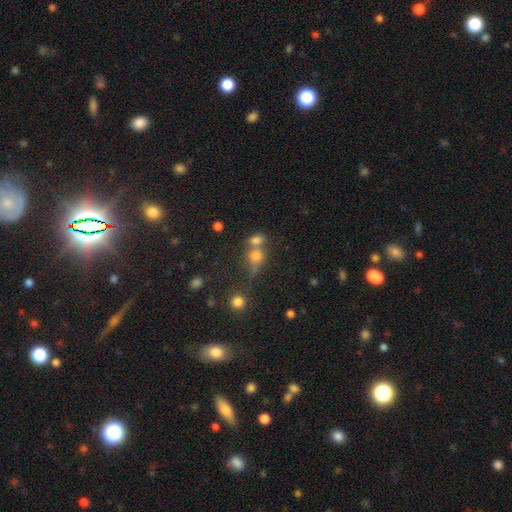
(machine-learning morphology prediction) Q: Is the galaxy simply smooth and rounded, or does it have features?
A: smooth — 63%.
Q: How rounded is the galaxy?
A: round — 63%.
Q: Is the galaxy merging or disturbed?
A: merger — 49%.